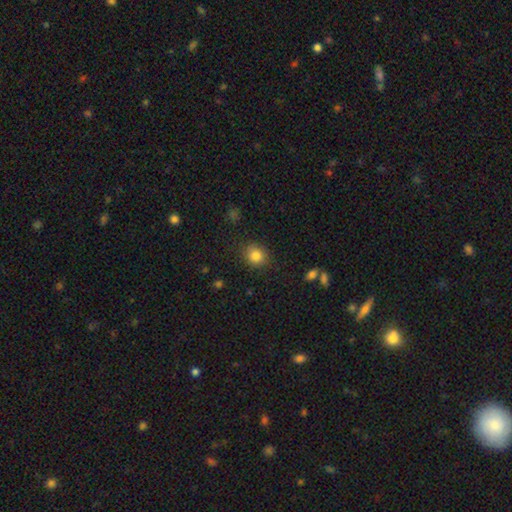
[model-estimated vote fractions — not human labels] Smooth or featured: smooth — 84% (star or artifact — 10%)
How rounded: round — 76% (in between — 23%)
Merging: none — 85% (minor disturbance — 10%)